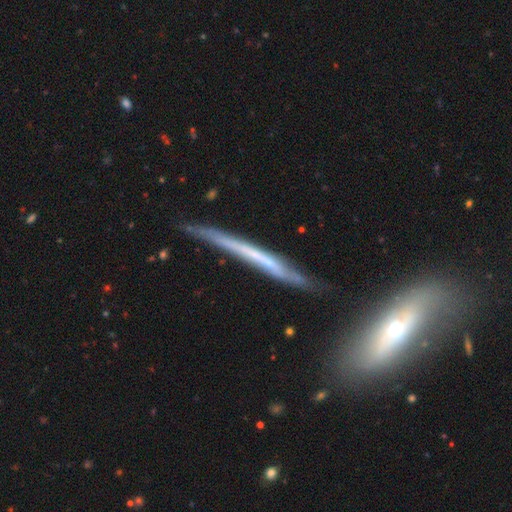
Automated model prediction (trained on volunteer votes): A featured or disk galaxy (64%) viewed edge-on (93%) with no central bulge (84%). Merging: none (73%).